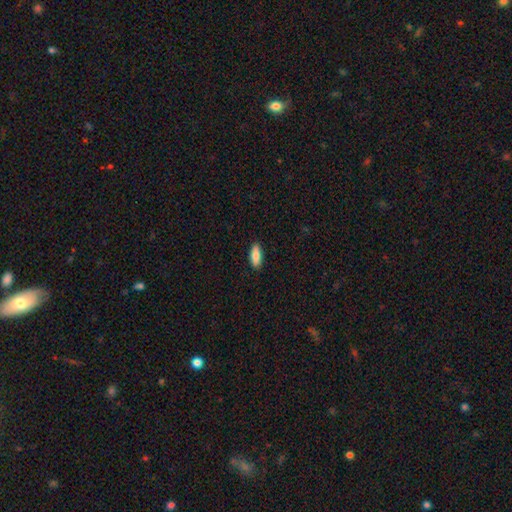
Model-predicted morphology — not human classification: Smooth or featured?
  - smooth: 84% *
  - featured or disk: 10%
  - star or artifact: 6%
How rounded?
  - in between: 71% *
  - cigar-shaped: 27%
  - round: 2%
Merging?
  - none: 89% *
  - minor disturbance: 8%
  - major disturbance: 2%
  - merger: 1%